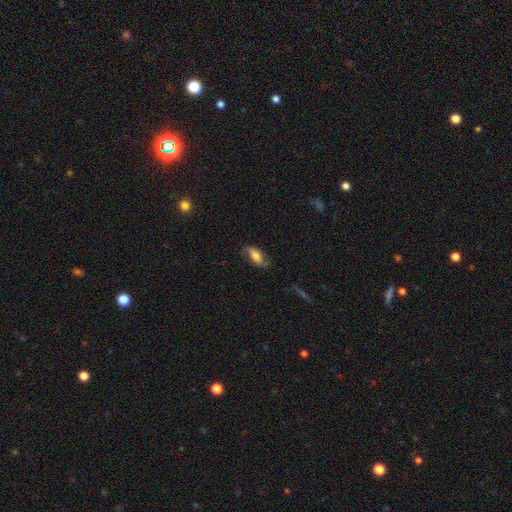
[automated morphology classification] Smooth or featured: smooth — 49% (featured or disk — 42%)
Merging: none — 68% (minor disturbance — 22%)